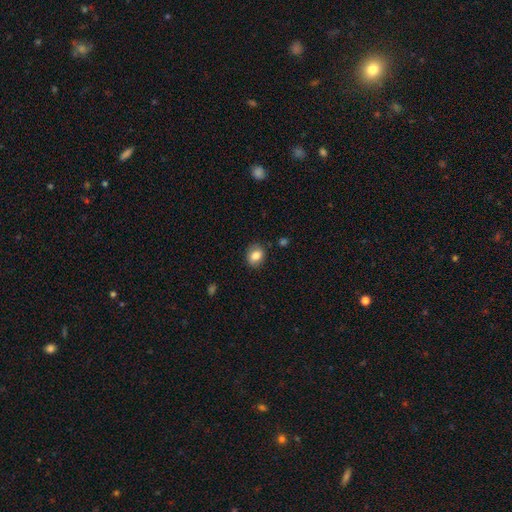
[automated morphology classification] smooth-or-featured: smooth: 83% | star or artifact: 9% | featured or disk: 9%
  how-rounded: round: 50% | in between: 49% | cigar-shaped: 1%
  merging: none: 86% | minor disturbance: 10% | major disturbance: 2% | merger: 1%